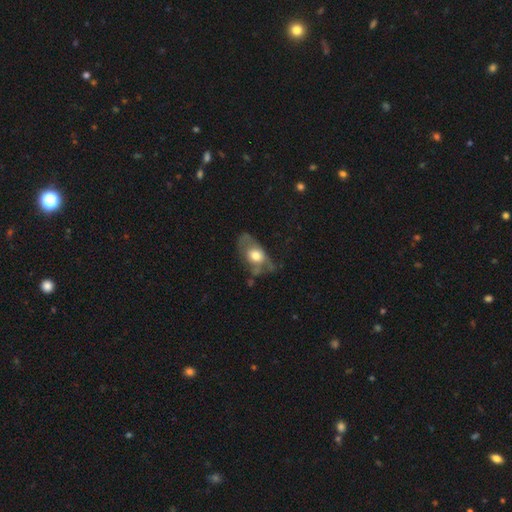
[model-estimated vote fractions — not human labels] smooth_or_featured: smooth (p=0.50) [alt: featured or disk p=0.43]
how_rounded: in between (p=0.83) [alt: round p=0.13]
merging: none (p=0.39) [alt: minor disturbance p=0.30]